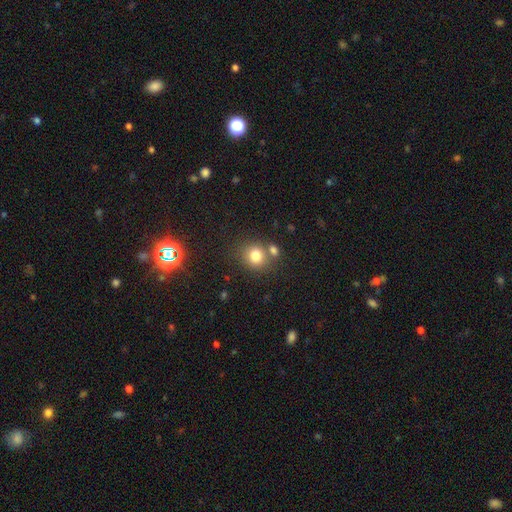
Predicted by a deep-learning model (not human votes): Q: Smooth or featured?
A: smooth (79%); runner-up: star or artifact (12%)
Q: How rounded?
A: round (80%); runner-up: in between (19%)
Q: Merging?
A: none (65%); runner-up: merger (22%)